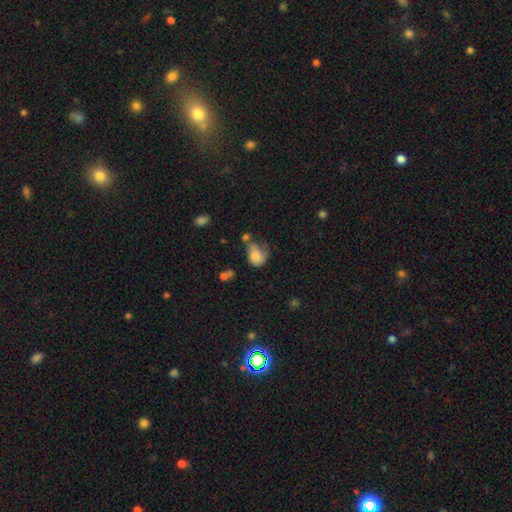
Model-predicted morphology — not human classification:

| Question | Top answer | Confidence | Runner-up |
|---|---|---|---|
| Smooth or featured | smooth | 73% | featured or disk (17%) |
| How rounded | in between | 55% | round (44%) |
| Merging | minor disturbance | 31% | none (29%) |